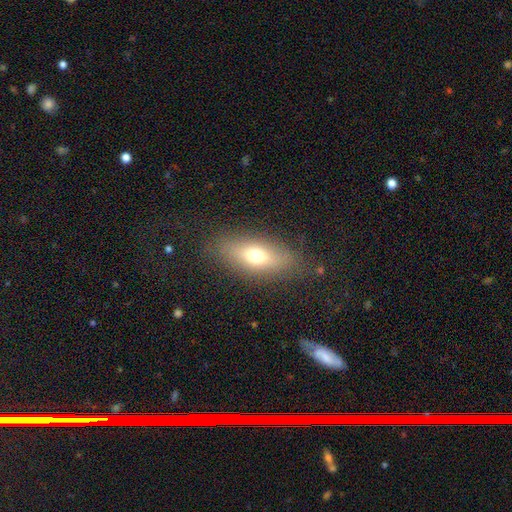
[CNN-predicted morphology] The model was most divided on "smooth or featured": smooth: 66%, featured or disk: 23%, star or artifact: 11%. More confident: merging — none (82%); how rounded — in between (75%).